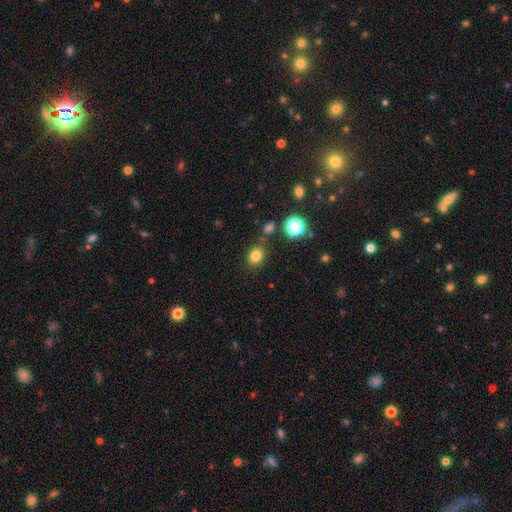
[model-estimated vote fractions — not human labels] Morphology: type=smooth (79%); roundness=round (59%); merging=none (77%).